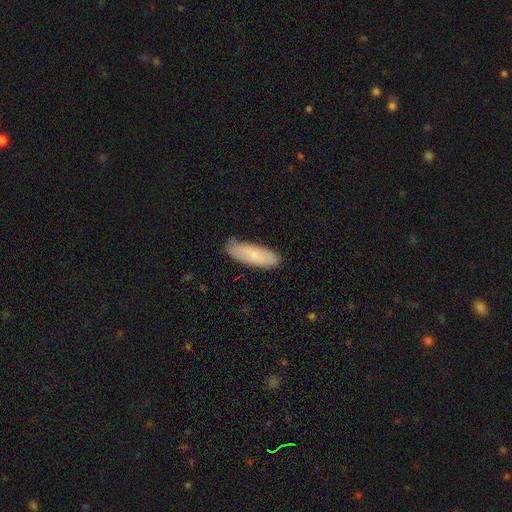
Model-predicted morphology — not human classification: Smooth or featured: smooth — 73% (featured or disk — 21%)
How rounded: in between — 58% (cigar-shaped — 40%)
Merging: none — 81% (minor disturbance — 16%)